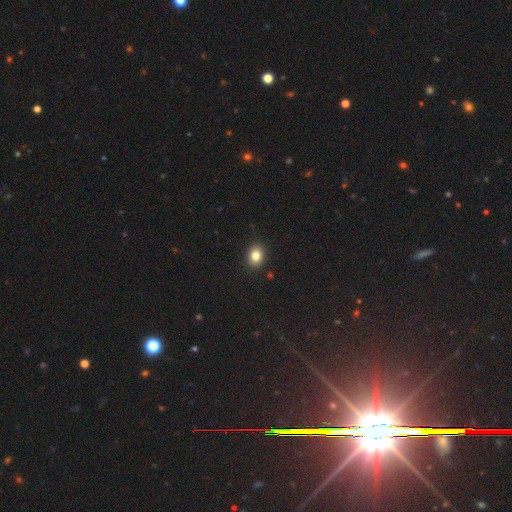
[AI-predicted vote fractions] Morphology: type=smooth (83%); roundness=in between (58%); merging=none (90%).